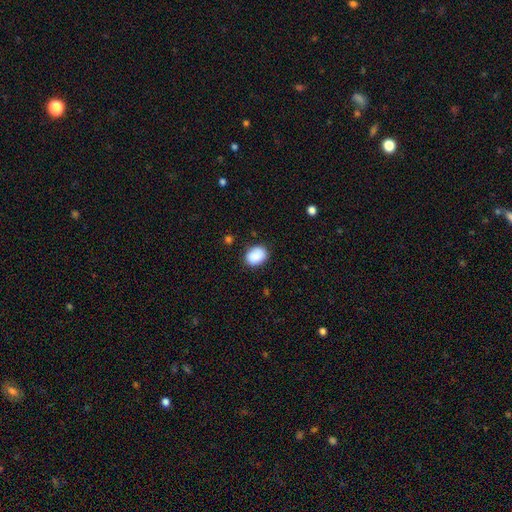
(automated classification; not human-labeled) Morphology: type=smooth (89%); roundness=in between (63%); merging=none (82%).